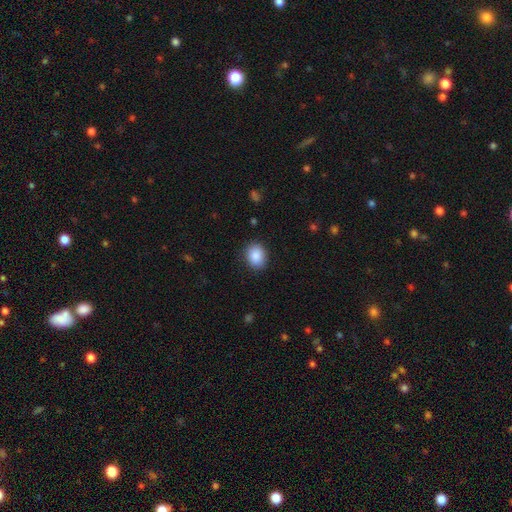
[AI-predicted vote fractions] smooth-or-featured: smooth: 89% | star or artifact: 7% | featured or disk: 4%
  how-rounded: in between: 55% | round: 45% | cigar-shaped: 1%
  merging: none: 87% | minor disturbance: 10% | major disturbance: 3% | merger: 1%